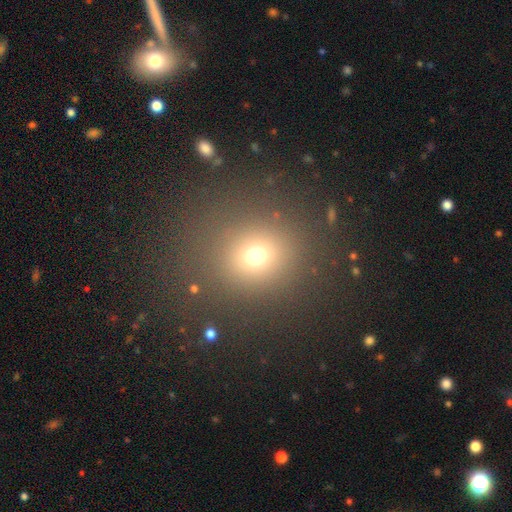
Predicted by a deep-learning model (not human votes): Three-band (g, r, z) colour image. It shows a smooth galaxy with no disk features (70%) that is round (78%). Merging: none (82%).